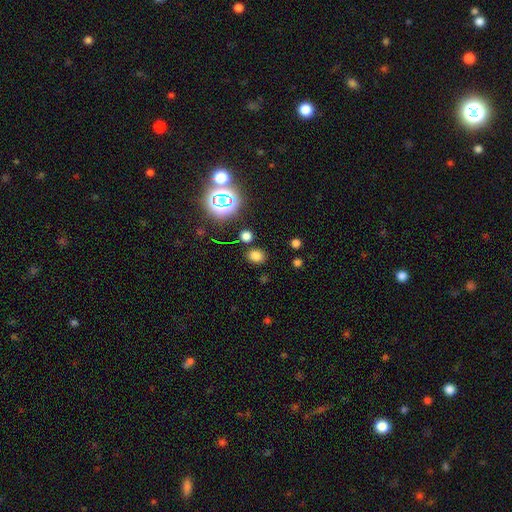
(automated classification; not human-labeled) Smooth or featured: smooth — 71% (star or artifact — 23%)
How rounded: round — 60% (in between — 39%)
Merging: none — 83% (minor disturbance — 9%)